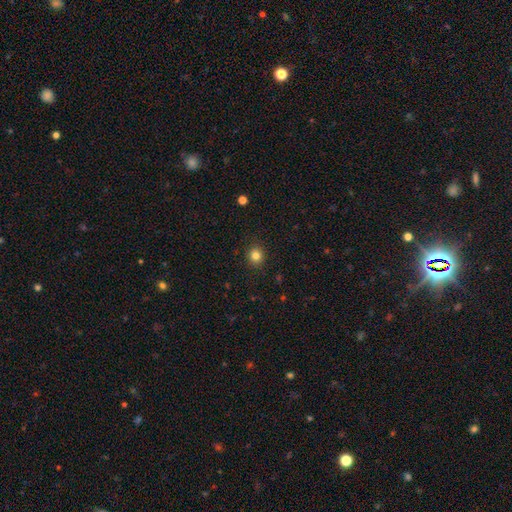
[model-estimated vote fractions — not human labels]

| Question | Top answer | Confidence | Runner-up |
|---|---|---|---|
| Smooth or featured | smooth | 82% | star or artifact (12%) |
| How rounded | round | 86% | in between (13%) |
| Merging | none | 90% | minor disturbance (7%) |